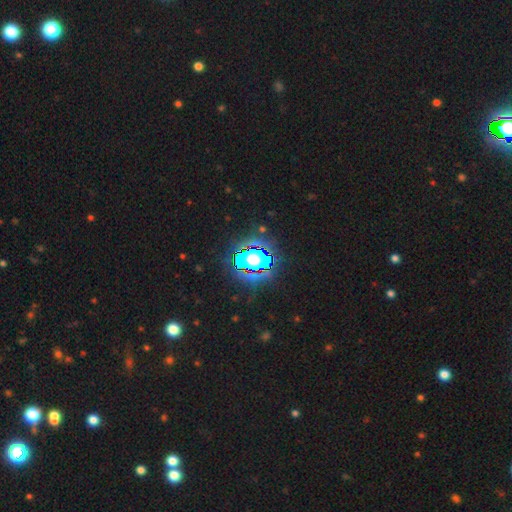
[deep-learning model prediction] The model was most divided on "smooth or featured": star or artifact: 83%, smooth: 10%, featured or disk: 7%.